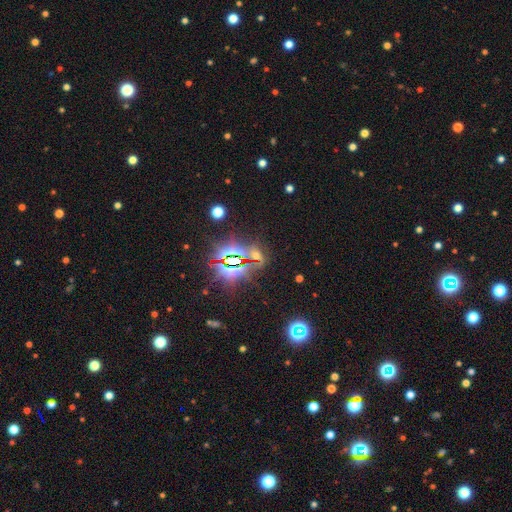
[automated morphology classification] Smooth or featured: star or artifact — 76% (smooth — 15%)